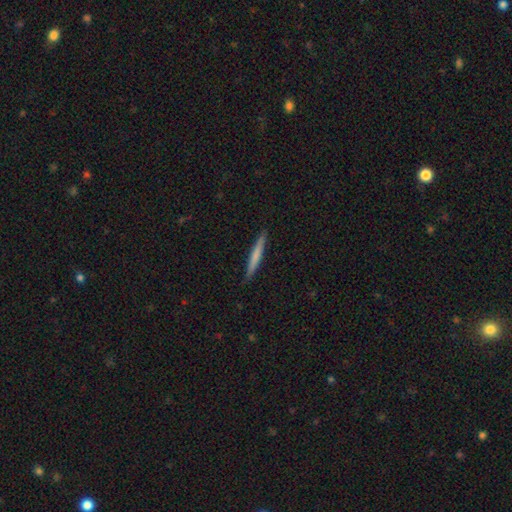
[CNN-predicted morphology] type=smooth (62%); roundness=cigar-shaped (96%); merging=none (90%).